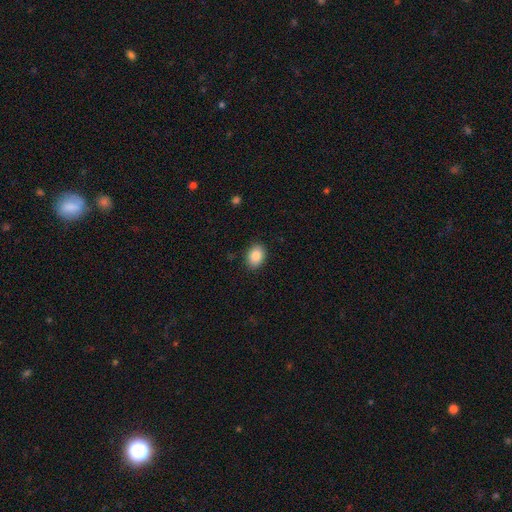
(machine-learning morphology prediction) Overall: smooth (86%). How rounded: in between (72%). Merging: none (88%).